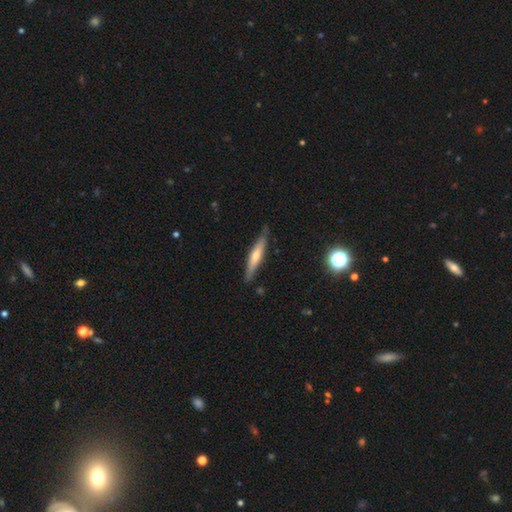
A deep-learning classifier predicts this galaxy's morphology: Smooth or featured? smooth (49%)
Merging? none (83%)